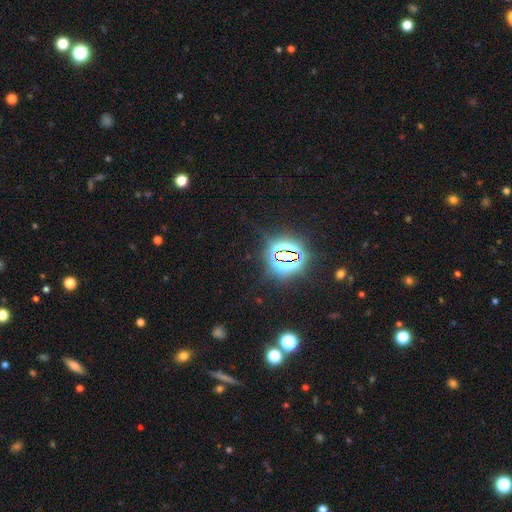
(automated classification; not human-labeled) Q: Smooth or featured?
A: star or artifact (81%); runner-up: smooth (12%)